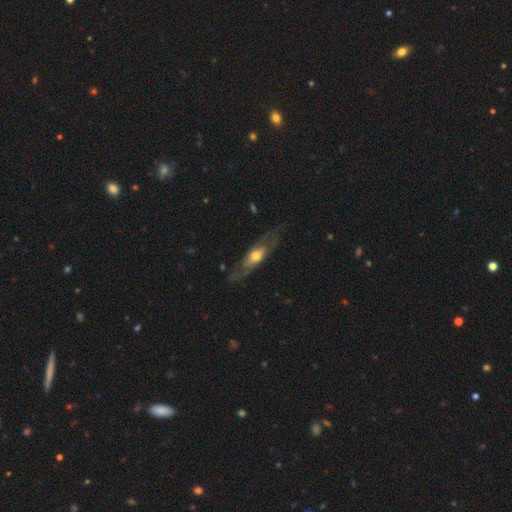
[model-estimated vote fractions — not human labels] Smooth or featured?
  - featured or disk: 67% *
  - smooth: 28%
  - star or artifact: 5%
Edge-on disk?
  - no: 62% *
  - yes: 38%
Merging?
  - none: 69% *
  - minor disturbance: 19%
  - major disturbance: 11%
  - merger: 2%